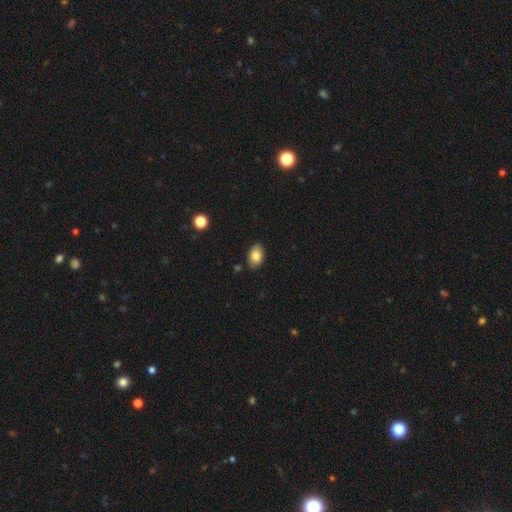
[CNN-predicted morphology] Smooth or featured: smooth — 83% (featured or disk — 9%)
How rounded: in between — 85% (round — 14%)
Merging: none — 85% (minor disturbance — 11%)